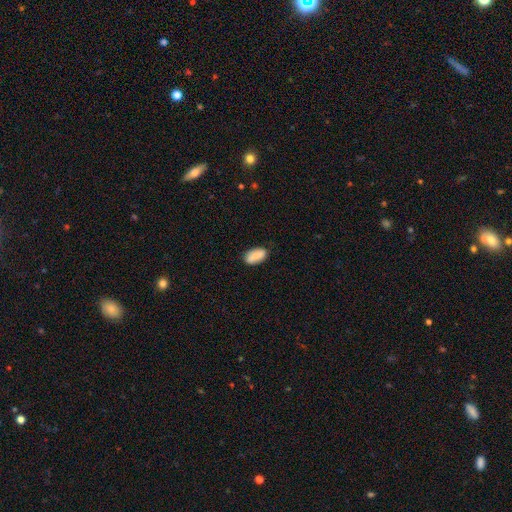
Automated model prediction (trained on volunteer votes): A smooth galaxy with no disk features (87%) that is in between round and cigar-shaped (92%). Merging: none (80%).